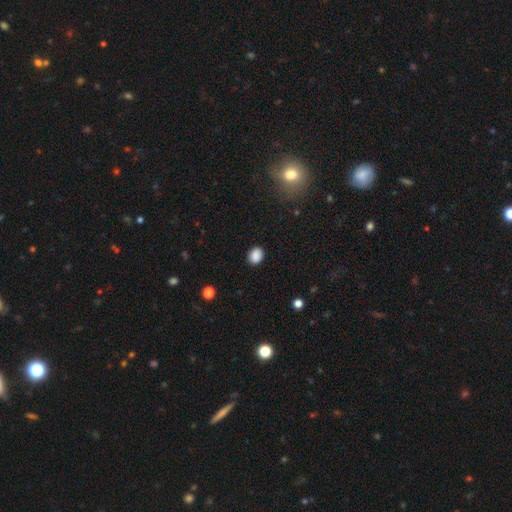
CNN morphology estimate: smooth_or_featured: smooth (p=0.88) [alt: star or artifact p=0.09]
how_rounded: in between (p=0.53) [alt: round p=0.46]
merging: none (p=0.87) [alt: minor disturbance p=0.09]